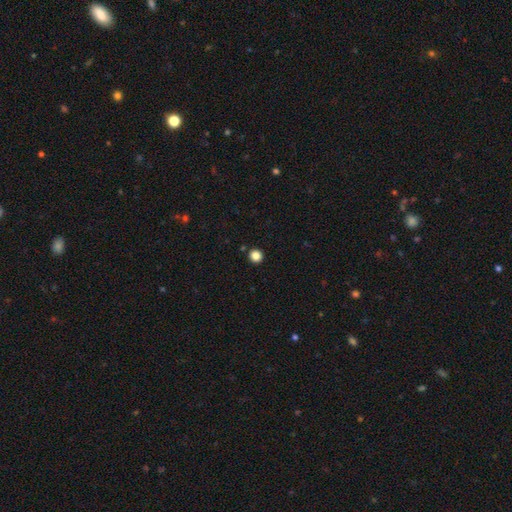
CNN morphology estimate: This is clearly a smooth galaxy (85%). How rounded: clearly round (95%). Merging: clearly none (92%).